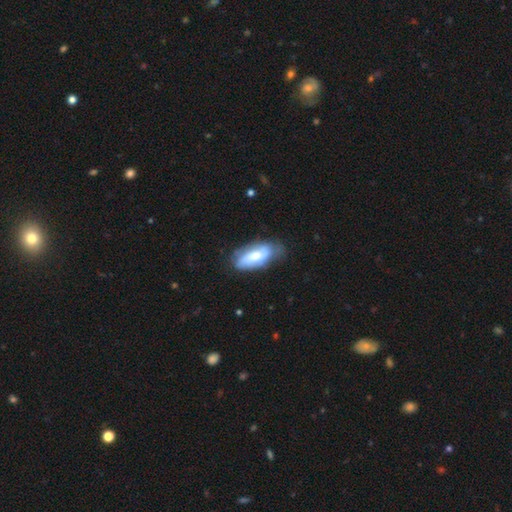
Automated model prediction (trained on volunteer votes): smooth-or-featured: smooth: 52% | featured or disk: 42% | star or artifact: 6%
  how-rounded: in between: 86% | cigar-shaped: 11% | round: 3%
  merging: none: 65% | minor disturbance: 26% | major disturbance: 7% | merger: 2%